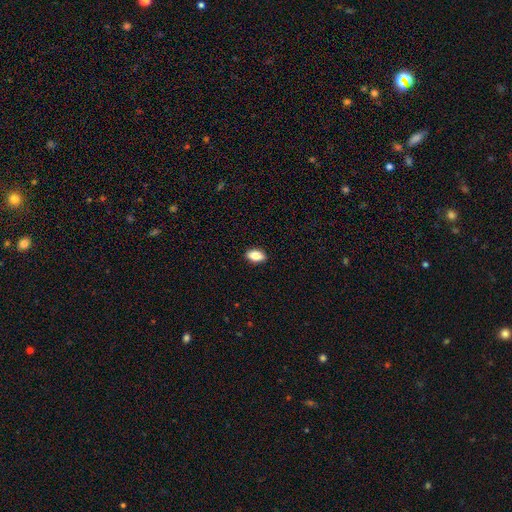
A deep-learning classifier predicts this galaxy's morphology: Smooth or featured?
  - smooth: 83% *
  - featured or disk: 9%
  - star or artifact: 8%
How rounded?
  - in between: 90% *
  - round: 6%
  - cigar-shaped: 4%
Merging?
  - none: 90% *
  - minor disturbance: 8%
  - major disturbance: 2%
  - merger: 1%